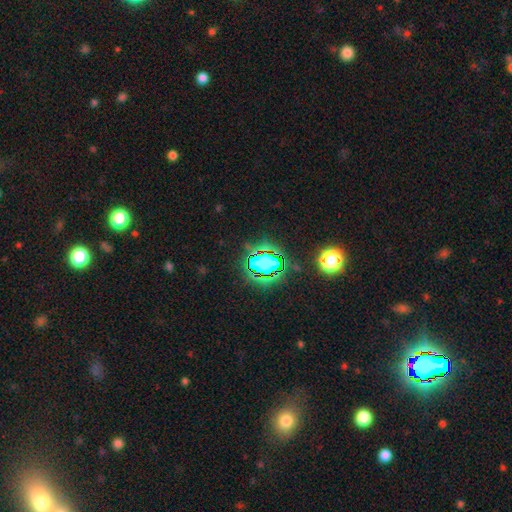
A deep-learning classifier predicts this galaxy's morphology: Smooth or featured: star or artifact — 79% (smooth — 13%)